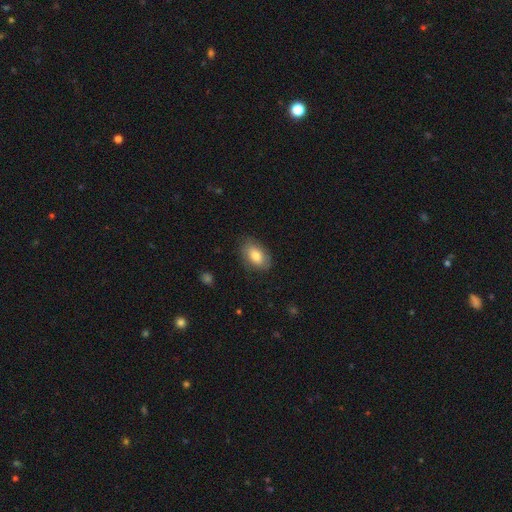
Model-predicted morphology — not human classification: type=smooth (78%); roundness=in between (90%); merging=none (79%).